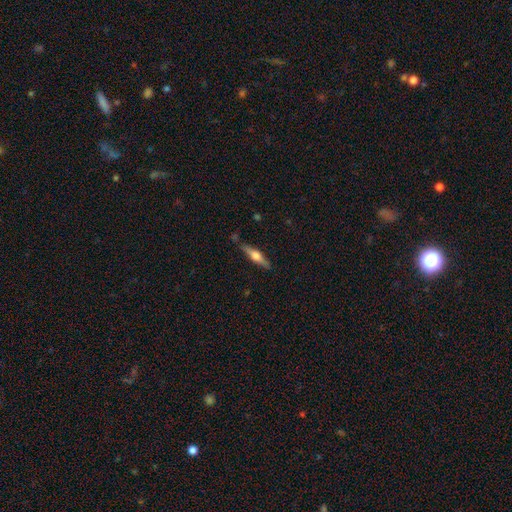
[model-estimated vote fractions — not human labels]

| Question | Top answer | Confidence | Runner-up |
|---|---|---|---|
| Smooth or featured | featured or disk | 62% | smooth (32%) |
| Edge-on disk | yes | 96% | no (4%) |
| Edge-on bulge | rounded | 92% | boxy (6%) |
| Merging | none | 83% | minor disturbance (12%) |